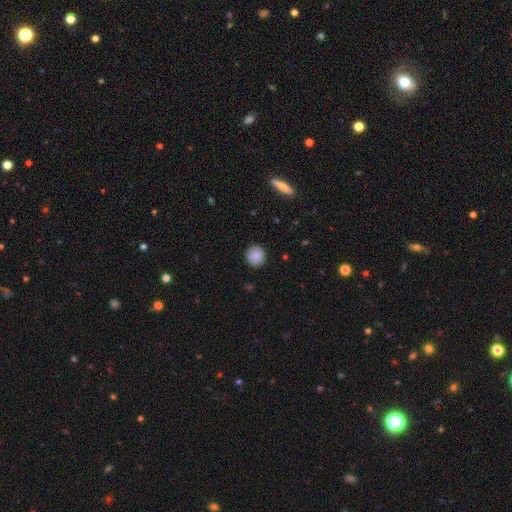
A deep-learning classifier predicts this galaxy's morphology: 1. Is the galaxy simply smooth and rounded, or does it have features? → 88% smooth, 8% star or artifact, 4% featured or disk.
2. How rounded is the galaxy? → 92% round, 7% in between, 1% cigar-shaped.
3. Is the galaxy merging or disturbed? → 90% none, 7% minor disturbance, 2% major disturbance, 1% merger.